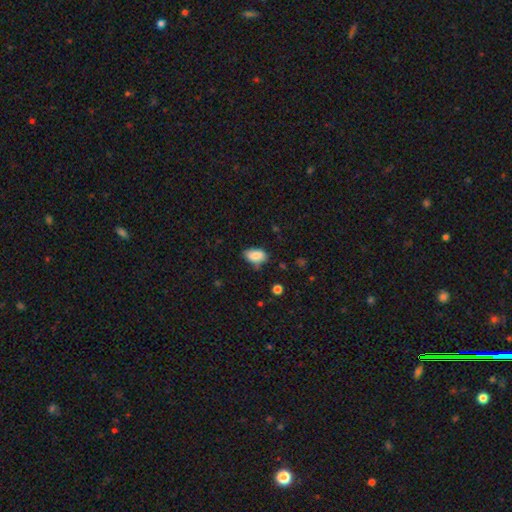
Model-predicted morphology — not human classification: smooth 85%, star or artifact 8%, featured or disk 7%. Down the decision tree: how rounded — in between (91%); merging — none (66%).